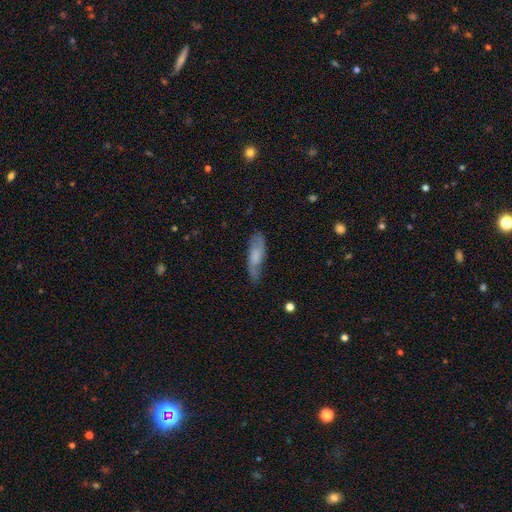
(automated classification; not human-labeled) smooth_or_featured: smooth (p=0.51) [alt: featured or disk p=0.41]
how_rounded: cigar-shaped (p=0.50) [alt: in between p=0.48]
merging: none (p=0.67) [alt: minor disturbance p=0.24]